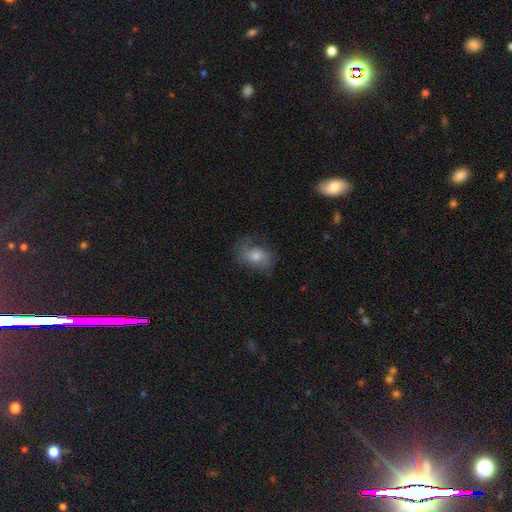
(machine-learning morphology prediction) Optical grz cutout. It shows a smooth galaxy with no disk features (44%). Merging: none (63%).